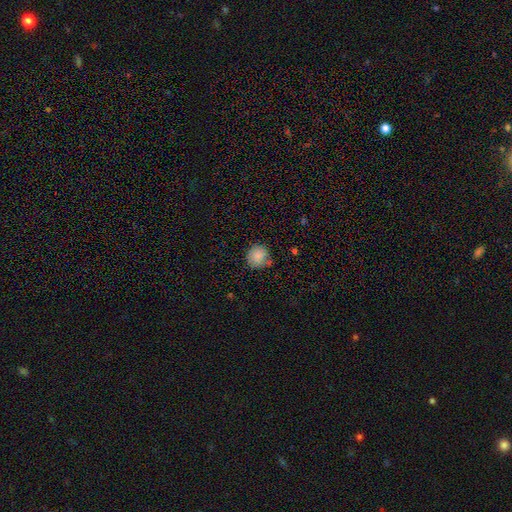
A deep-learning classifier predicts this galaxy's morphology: Smooth or featured? smooth (84%)
How rounded? round (89%)
Merging? none (70%)